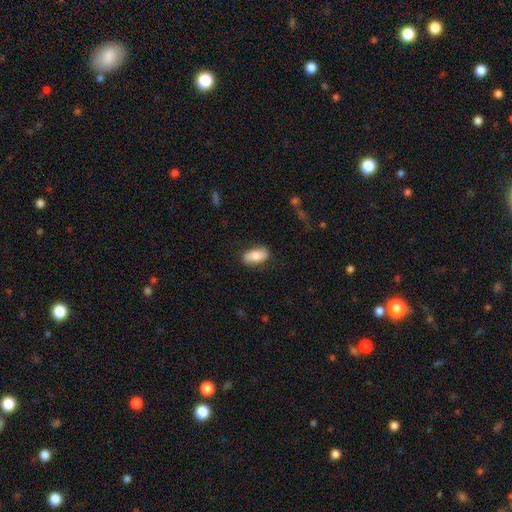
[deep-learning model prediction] Smooth or featured?
  - smooth: 76% *
  - featured or disk: 17%
  - star or artifact: 6%
How rounded?
  - in between: 89% *
  - cigar-shaped: 7%
  - round: 4%
Merging?
  - none: 81% *
  - minor disturbance: 14%
  - major disturbance: 3%
  - merger: 1%